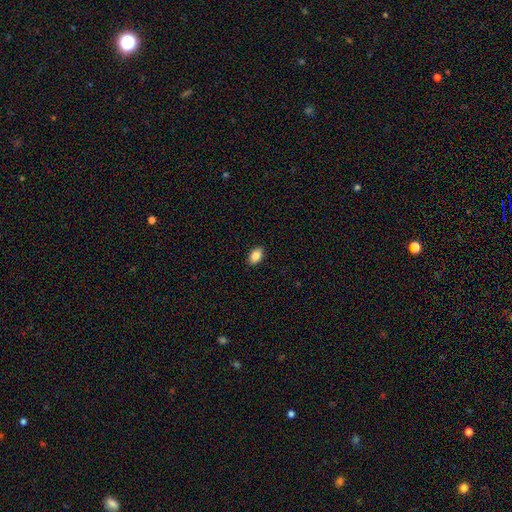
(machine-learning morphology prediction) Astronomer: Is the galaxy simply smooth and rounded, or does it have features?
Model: smooth — 87%.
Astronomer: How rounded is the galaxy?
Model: in between — 91%.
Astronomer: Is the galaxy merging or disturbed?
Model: none — 89%.